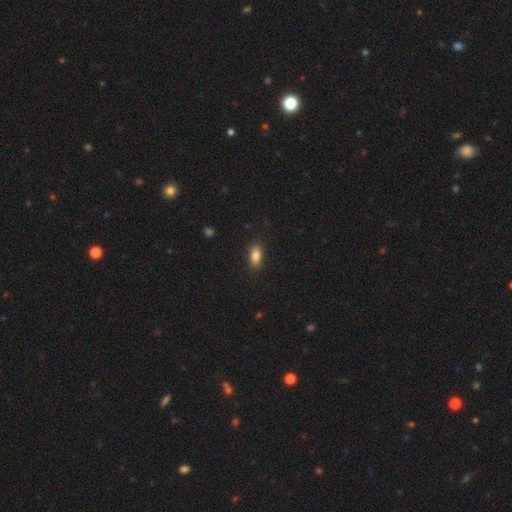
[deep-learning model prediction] smooth 83%, featured or disk 9%, star or artifact 8%. Down the decision tree: how rounded — in between (85%); merging — none (87%).